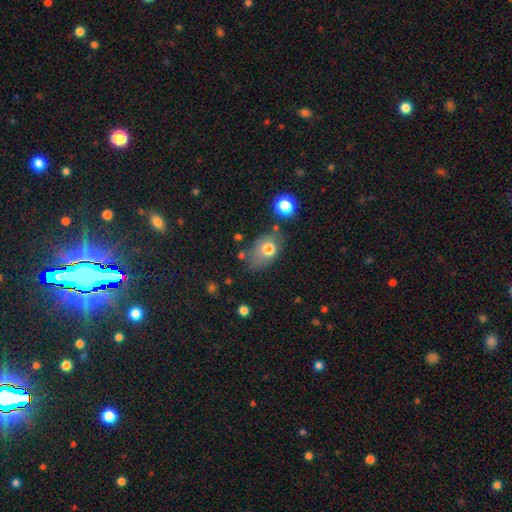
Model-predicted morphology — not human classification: A smooth galaxy with no disk features (67%) that is in between round and cigar-shaped (71%).

Vote fractions:
- Smooth or featured? smooth: 67% / featured or disk: 19% / star or artifact: 13%
- How rounded? in between: 71% / round: 28% / cigar-shaped: 2%
- Merging? none: 59% / minor disturbance: 23% / major disturbance: 10% / merger: 8%